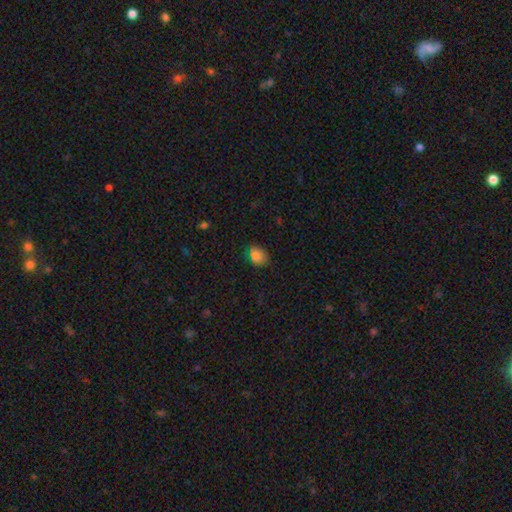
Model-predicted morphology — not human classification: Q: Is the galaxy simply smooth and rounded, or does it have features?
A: smooth — 83%.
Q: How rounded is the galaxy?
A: in between — 62%.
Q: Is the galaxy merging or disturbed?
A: none — 71%.